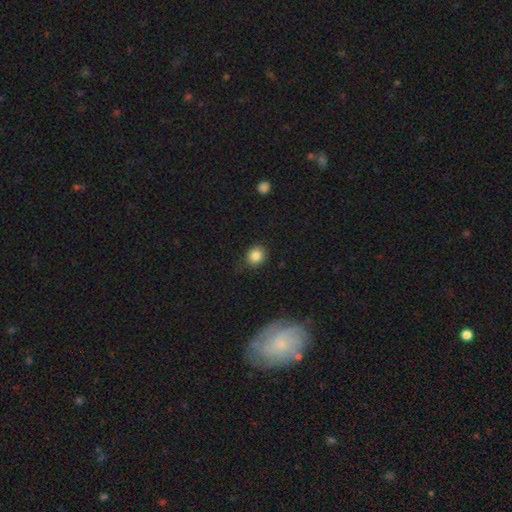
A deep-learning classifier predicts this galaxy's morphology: Smooth or featured: smooth — 85% (star or artifact — 10%)
How rounded: round — 77% (in between — 22%)
Merging: none — 81% (minor disturbance — 14%)